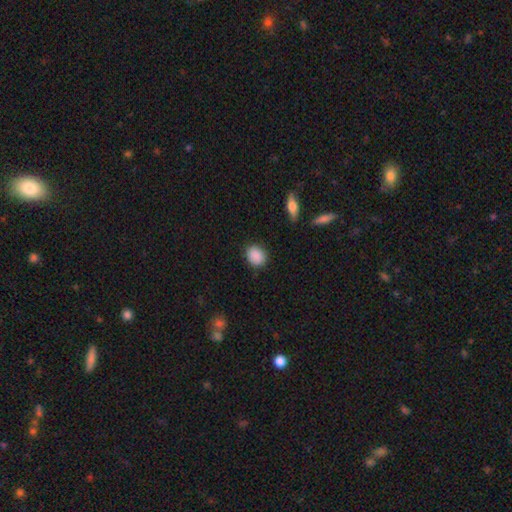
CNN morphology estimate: smooth_or_featured: smooth (p=0.89) [alt: star or artifact p=0.08]
how_rounded: round (p=0.53) [alt: in between p=0.46]
merging: none (p=0.86) [alt: minor disturbance p=0.10]